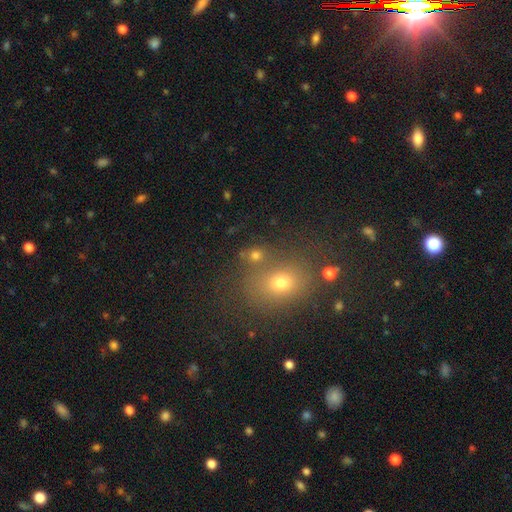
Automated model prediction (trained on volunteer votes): smooth 64%, star or artifact 25%, featured or disk 12%. Down the decision tree: how rounded — round (49%, tied with in between); merging — none (71%).